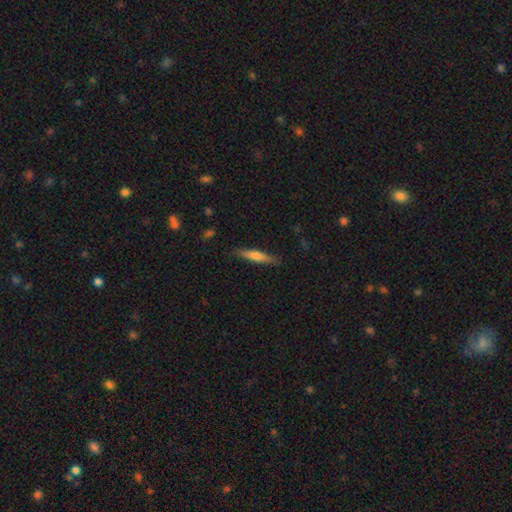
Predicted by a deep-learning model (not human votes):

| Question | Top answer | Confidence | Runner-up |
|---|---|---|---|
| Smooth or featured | smooth | 60% | featured or disk (34%) |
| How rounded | cigar-shaped | 88% | in between (10%) |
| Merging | none | 86% | minor disturbance (10%) |